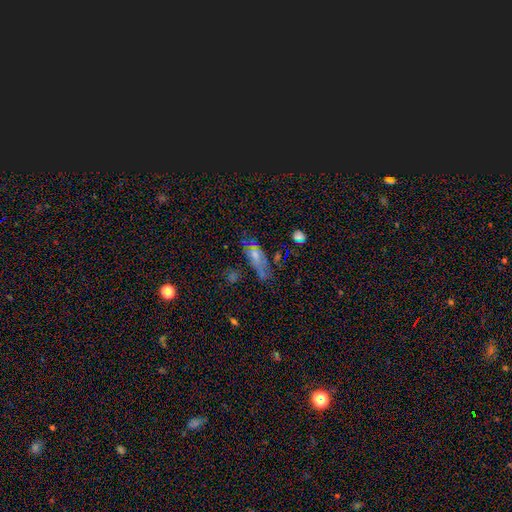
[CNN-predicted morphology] This is possibly a smooth galaxy (55%). How rounded: likely in between (65%). Merging: likely none (69%).